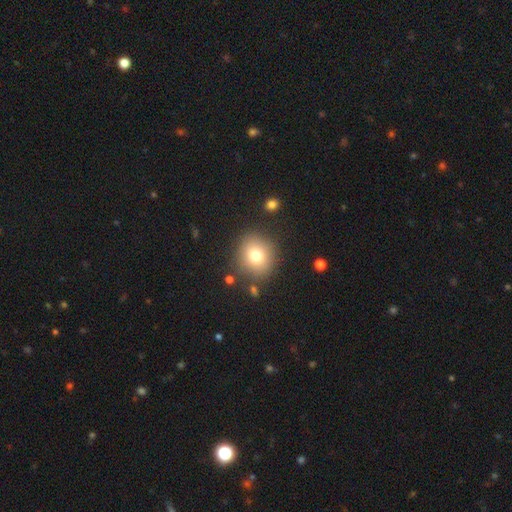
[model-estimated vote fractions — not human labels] smooth 76%, star or artifact 12%, featured or disk 11%. Down the decision tree: how rounded — round (85%); merging — none (84%).